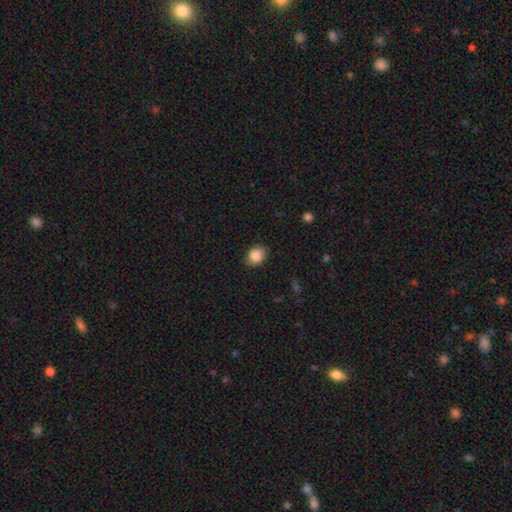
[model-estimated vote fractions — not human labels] Q: Smooth or featured?
A: smooth (87%); runner-up: star or artifact (8%)
Q: How rounded?
A: round (50%); runner-up: in between (49%)
Q: Merging?
A: none (84%); runner-up: minor disturbance (12%)